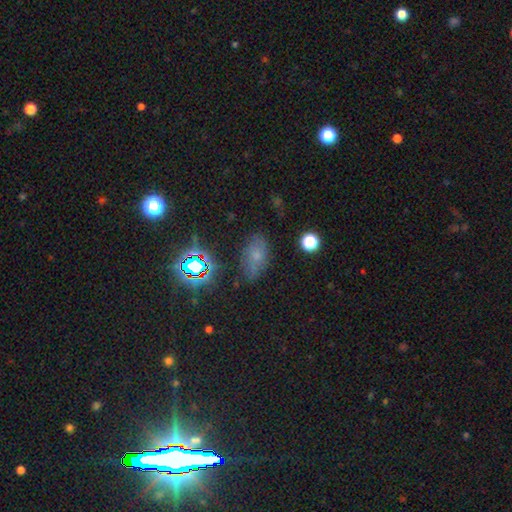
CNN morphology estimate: type=smooth (52%); roundness=in between (86%); merging=none (73%).